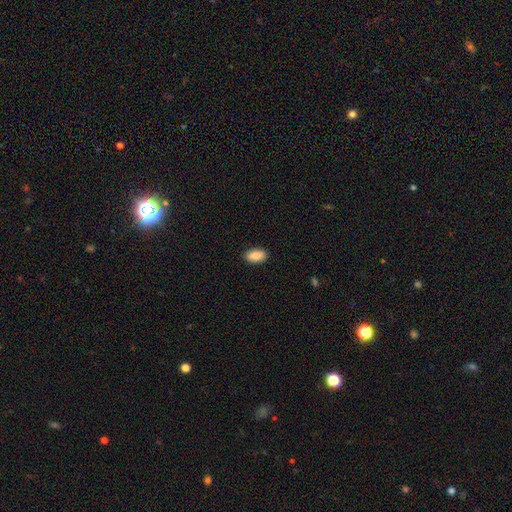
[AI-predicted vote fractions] Morphology: type=smooth (88%); roundness=in between (93%); merging=none (89%).